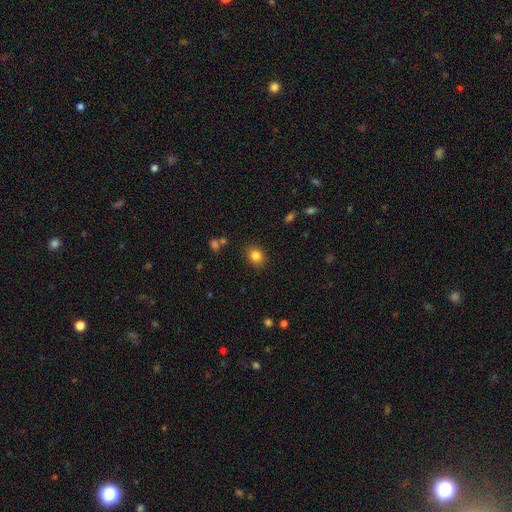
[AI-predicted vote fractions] This is clearly a smooth galaxy (83%). How rounded: likely round (61%). Merging: clearly none (87%).